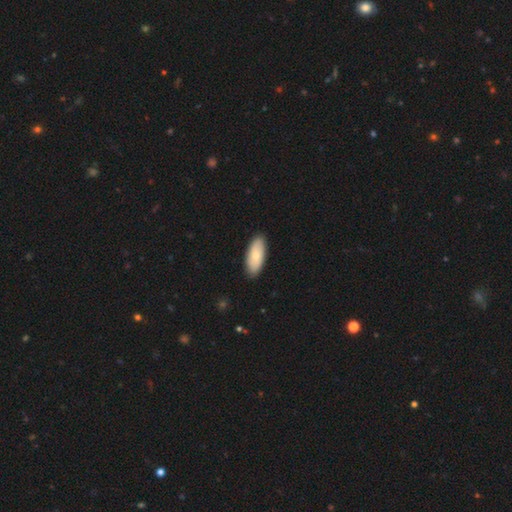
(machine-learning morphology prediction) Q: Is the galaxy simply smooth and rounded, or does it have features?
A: smooth — 74%.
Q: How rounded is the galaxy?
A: in between — 86%.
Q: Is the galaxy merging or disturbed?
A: none — 88%.